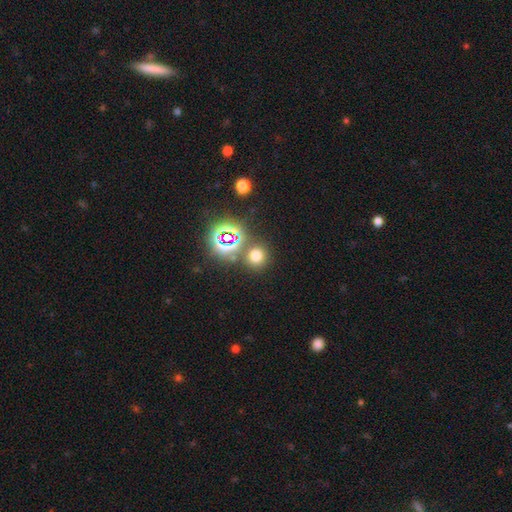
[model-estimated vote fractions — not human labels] Overall: smooth (64%; star or artifact 29%). How rounded: round (89%). Merging: none (78%).